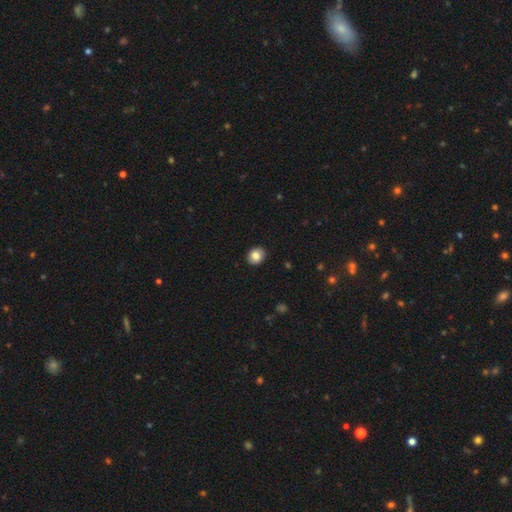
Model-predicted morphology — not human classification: Overall: smooth (83%). How rounded: round (64%; in between 35%). Merging: none (91%).